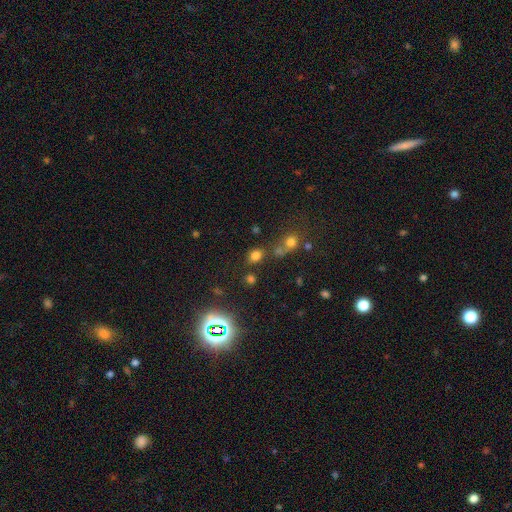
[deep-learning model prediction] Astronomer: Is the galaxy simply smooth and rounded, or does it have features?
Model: smooth — 69%.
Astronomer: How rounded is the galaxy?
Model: round — 55% (runner-up: in between, 43%).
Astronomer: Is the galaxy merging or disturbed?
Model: none — 68%.